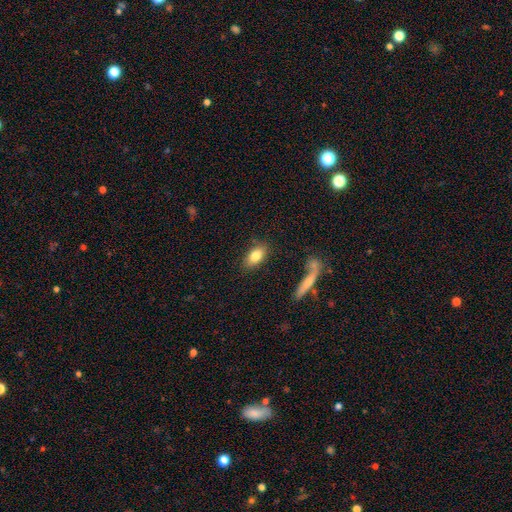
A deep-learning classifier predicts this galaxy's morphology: Q: Smooth or featured?
A: smooth (81%); runner-up: featured or disk (12%)
Q: How rounded?
A: in between (87%); runner-up: round (7%)
Q: Merging?
A: none (81%); runner-up: minor disturbance (12%)